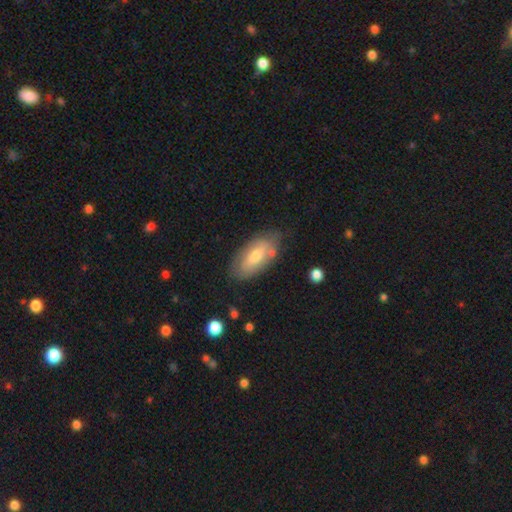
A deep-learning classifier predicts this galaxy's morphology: This appears to be a smooth galaxy with no disk features (59%) that is in between round and cigar-shaped (87%). Merging: none (73%).